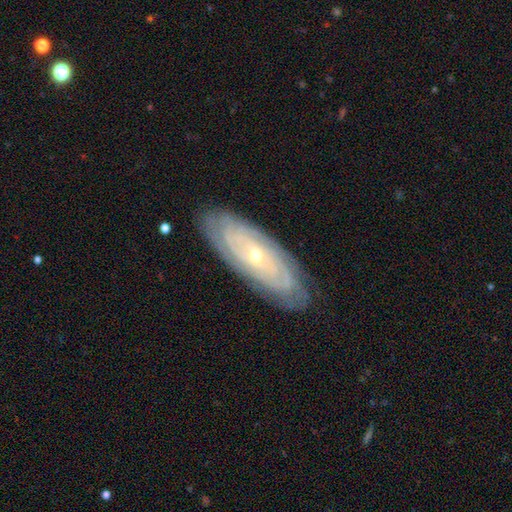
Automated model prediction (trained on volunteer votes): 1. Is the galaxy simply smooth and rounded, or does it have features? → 82% featured or disk, 12% smooth, 6% star or artifact.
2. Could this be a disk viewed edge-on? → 87% no, 13% yes.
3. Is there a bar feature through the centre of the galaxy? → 64% no, 27% weak, 9% strong.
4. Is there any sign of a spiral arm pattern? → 93% yes, 7% no.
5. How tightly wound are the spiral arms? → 81% tight, 15% medium, 4% loose.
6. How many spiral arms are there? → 49% can't tell, 13% 4, 13% 2, 12% 3, 8% more than 4, 5% 1.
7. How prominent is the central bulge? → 69% small, 29% moderate, 1% large, 1% none, 1% dominant.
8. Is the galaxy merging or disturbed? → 82% none, 14% minor disturbance, 3% major disturbance, 1% merger.